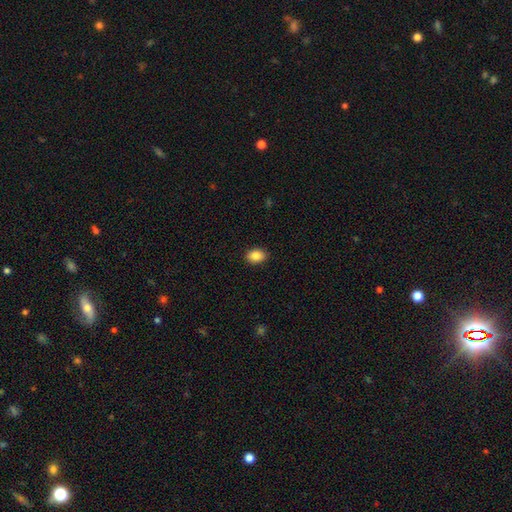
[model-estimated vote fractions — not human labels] This is clearly a smooth galaxy (86%). How rounded: likely in between (70%). Merging: clearly none (90%).